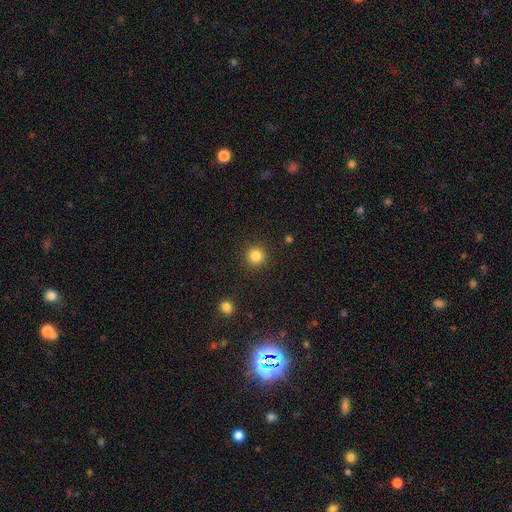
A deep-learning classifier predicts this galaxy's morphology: Smooth or featured?
  - smooth: 84% *
  - star or artifact: 11%
  - featured or disk: 4%
How rounded?
  - round: 94% *
  - in between: 5%
  - cigar-shaped: 1%
Merging?
  - none: 91% *
  - minor disturbance: 5%
  - major disturbance: 2%
  - merger: 1%